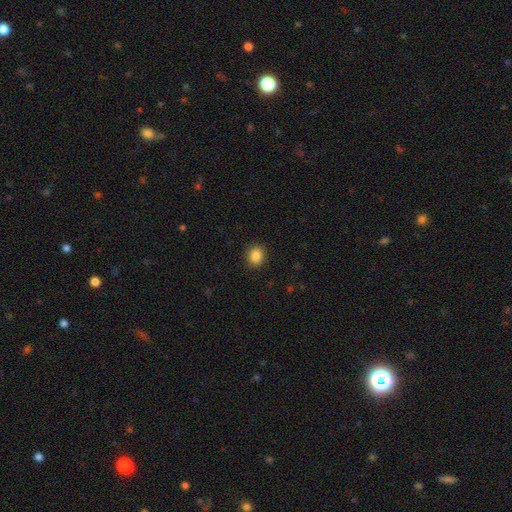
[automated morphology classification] A smooth galaxy with no disk features (86%) that is round (67%). Merging: none (90%).